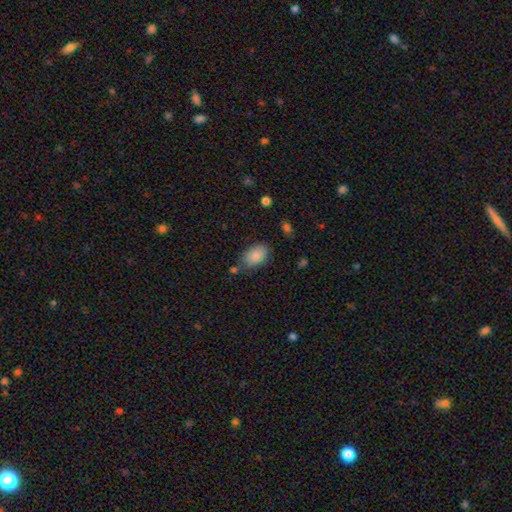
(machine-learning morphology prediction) This is clearly a smooth galaxy (87%). How rounded: clearly in between (89%). Merging: likely none (74%).